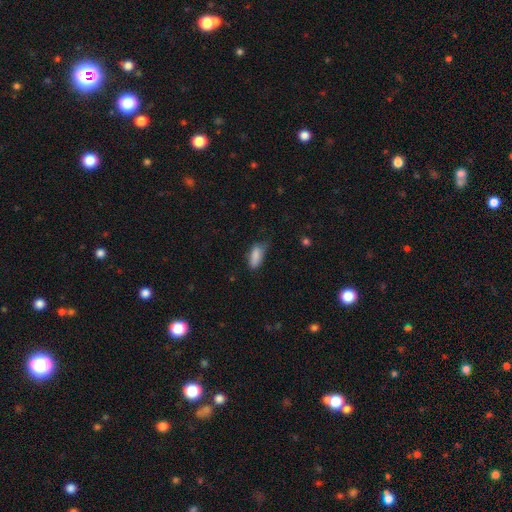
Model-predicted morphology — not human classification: Q: Smooth or featured?
A: smooth (85%); runner-up: star or artifact (8%)
Q: How rounded?
A: in between (80%); runner-up: cigar-shaped (18%)
Q: Merging?
A: none (51%); runner-up: minor disturbance (36%)